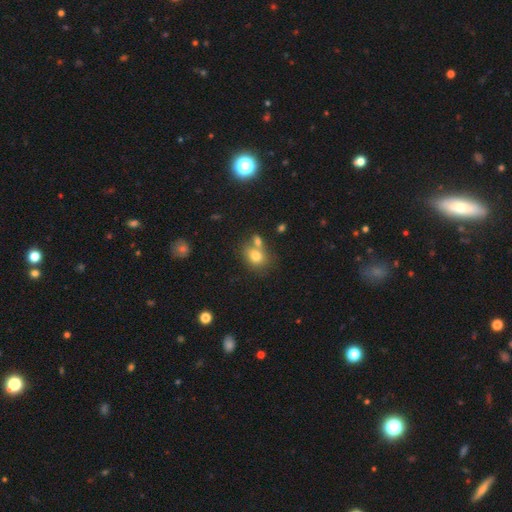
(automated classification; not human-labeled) This appears to be a smooth galaxy with no disk features (77%) that is in between round and cigar-shaped (50%). Merging: none (52%).